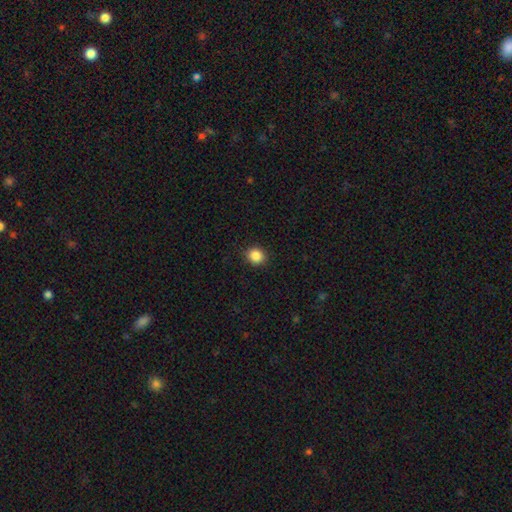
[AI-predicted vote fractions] This appears to be a smooth galaxy with no disk features (87%) that is round (81%). Merging: none (90%).